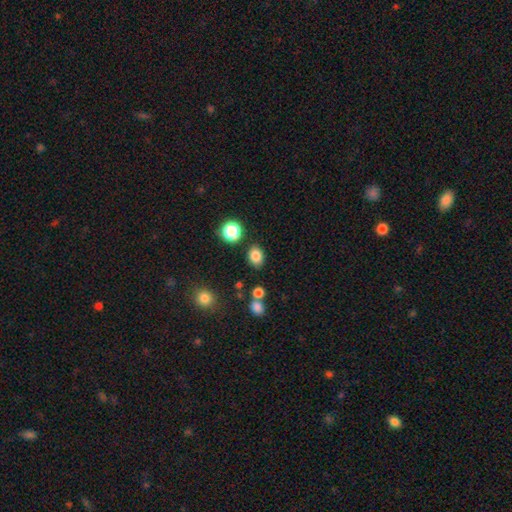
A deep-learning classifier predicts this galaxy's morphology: This is clearly a smooth galaxy (83%). How rounded: likely in between (61%). Merging: clearly none (82%).